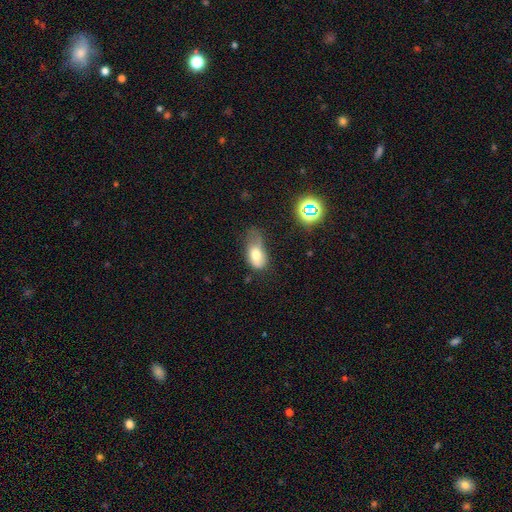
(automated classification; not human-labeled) This appears to be a smooth galaxy with no disk features (71%) that is in between round and cigar-shaped (86%). Merging: minor disturbance (39%).